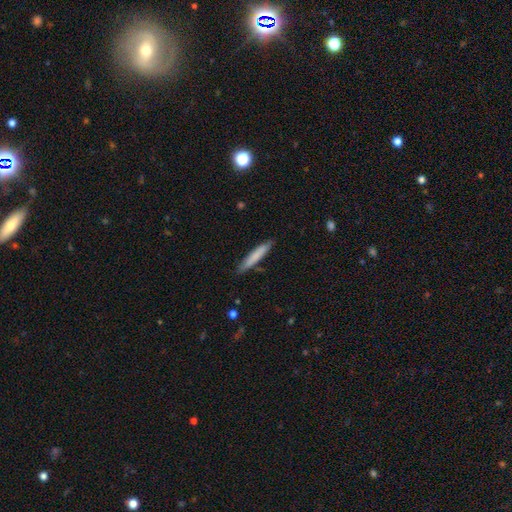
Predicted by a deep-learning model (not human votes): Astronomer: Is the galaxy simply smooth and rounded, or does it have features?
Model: smooth — 77%.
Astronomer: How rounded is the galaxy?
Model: cigar-shaped — 92%.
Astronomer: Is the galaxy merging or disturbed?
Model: none — 85%.